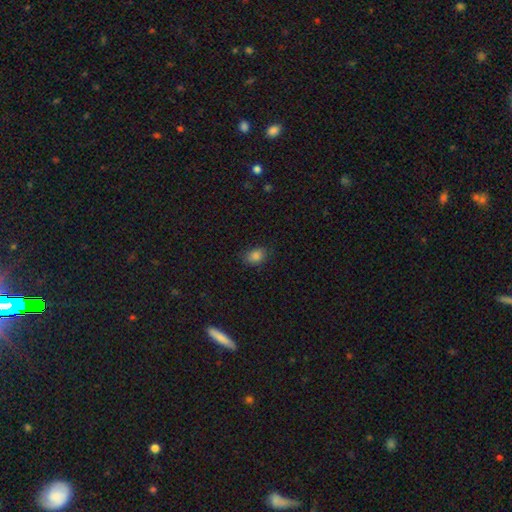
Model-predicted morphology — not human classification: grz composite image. It shows a smooth galaxy with no disk features (84%) that is in between round and cigar-shaped (68%). Merging: none (80%).